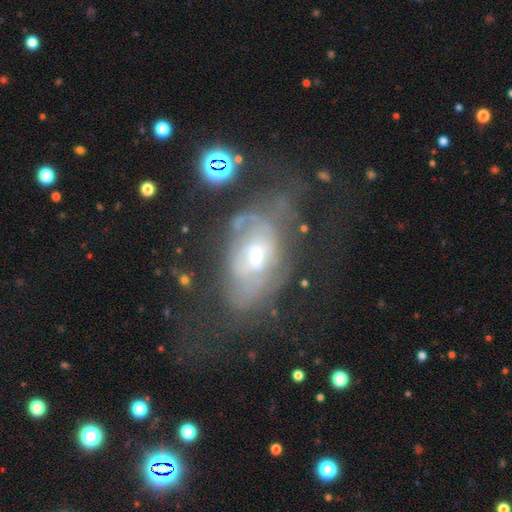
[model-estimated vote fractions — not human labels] Overall: featured or disk (66%). Edge-on disk: no (94%). Bar: no (64%; weak 30%). Spiral arms: yes (55%; no 45%). Bulge size: small (47%; moderate 46%). Merging: major disturbance (40%; none 32%).